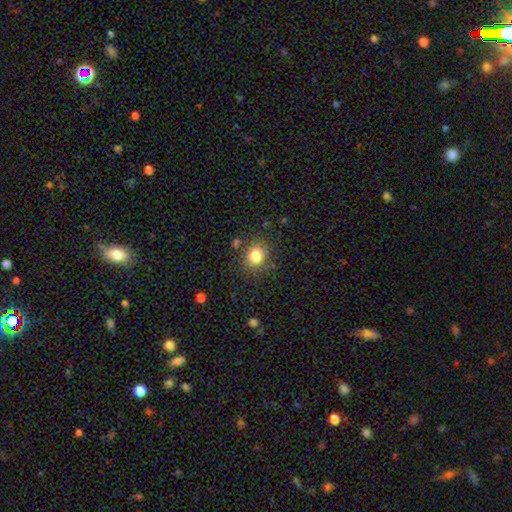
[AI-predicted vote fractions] Smooth or featured? Predicted: smooth (p=0.82). How rounded? Predicted: round (p=0.72). Merging? Predicted: none (p=0.82).